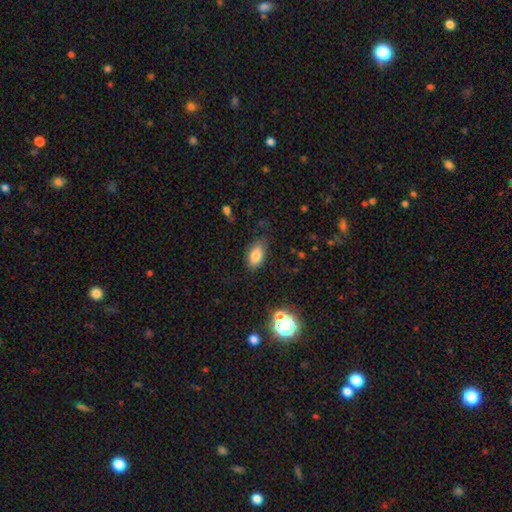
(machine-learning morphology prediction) Smooth or featured?
  - smooth: 81% *
  - star or artifact: 10%
  - featured or disk: 9%
How rounded?
  - in between: 90% *
  - round: 6%
  - cigar-shaped: 4%
Merging?
  - none: 80% *
  - minor disturbance: 14%
  - major disturbance: 3%
  - merger: 2%